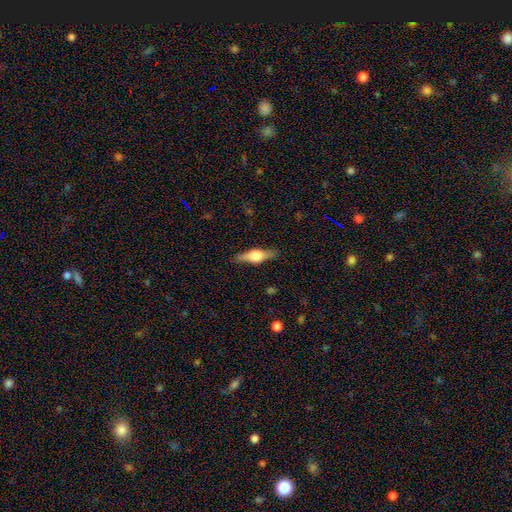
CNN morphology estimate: featured or disk 61%, smooth 33%, star or artifact 6%. Down the decision tree: edge-on disk — yes (96%); edge-on bulge — rounded (91%); merging — none (87%).